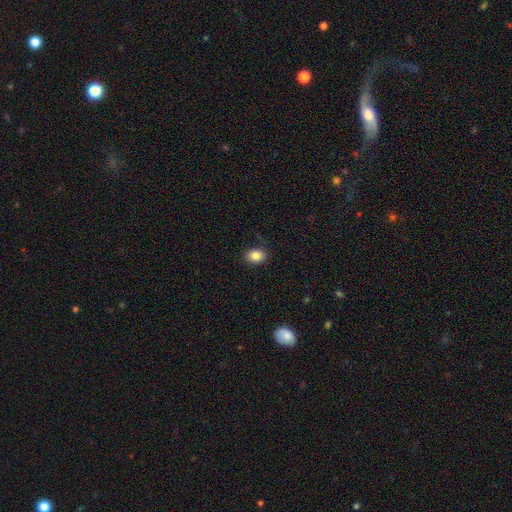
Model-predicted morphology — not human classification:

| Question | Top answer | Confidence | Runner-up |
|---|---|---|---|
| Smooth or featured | smooth | 85% | star or artifact (9%) |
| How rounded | in between | 64% | round (35%) |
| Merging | none | 83% | minor disturbance (13%) |